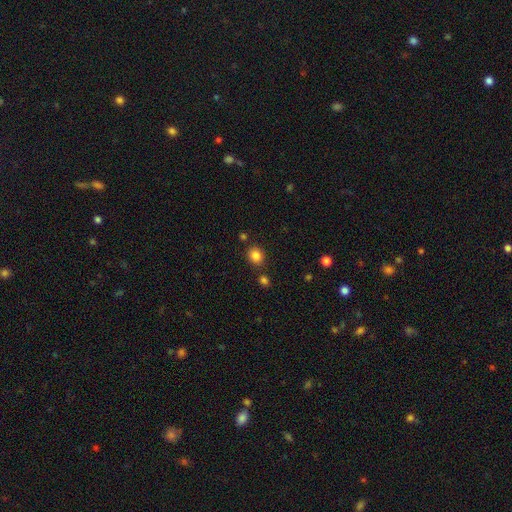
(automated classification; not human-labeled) Overall: smooth (84%). How rounded: round (75%). Merging: none (82%).